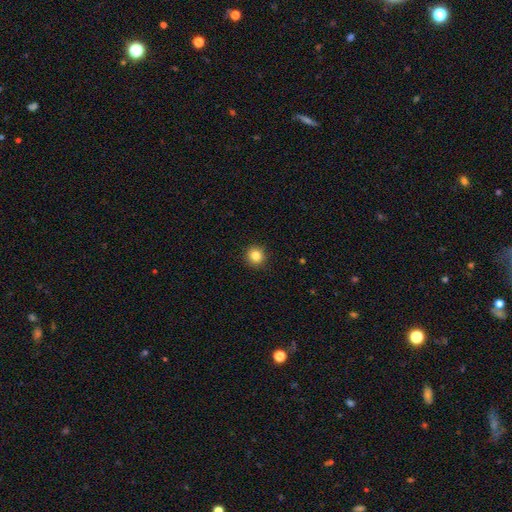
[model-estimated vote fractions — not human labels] This is clearly a smooth galaxy (84%). How rounded: clearly round (93%). Merging: clearly none (92%).